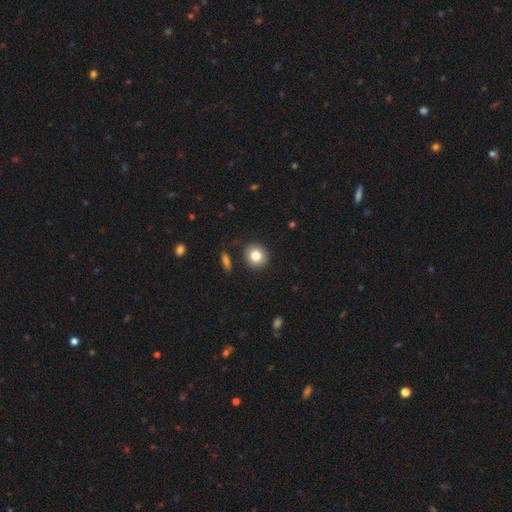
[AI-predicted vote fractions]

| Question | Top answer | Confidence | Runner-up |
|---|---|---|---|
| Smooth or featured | smooth | 83% | star or artifact (9%) |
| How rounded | round | 87% | in between (12%) |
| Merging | none | 87% | minor disturbance (8%) |